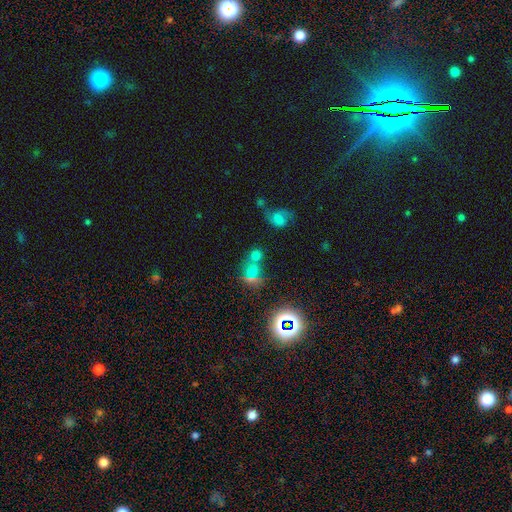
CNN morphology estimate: The model was most divided on "merging": none: 44%, merger: 37%, minor disturbance: 11%, major disturbance: 7%. More confident: how rounded — round (69%); smooth or featured — smooth (55%).